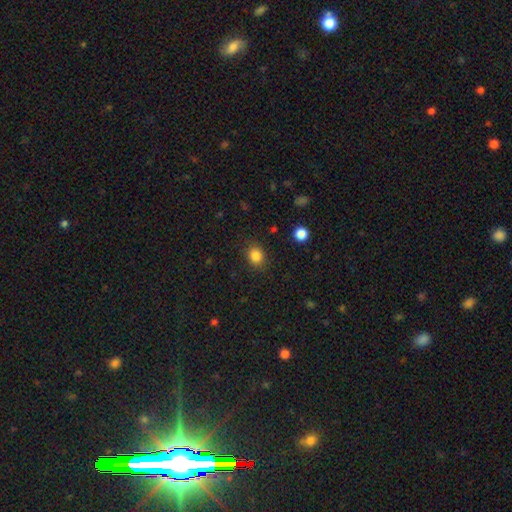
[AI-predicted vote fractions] This is clearly a smooth galaxy (84%). How rounded: likely round (65%). Merging: clearly none (85%).